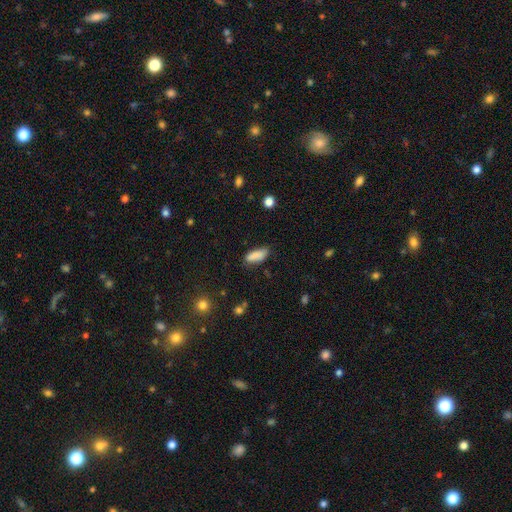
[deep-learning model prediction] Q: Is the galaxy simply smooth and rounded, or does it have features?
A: smooth — 85%.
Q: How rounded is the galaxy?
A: in between — 76%.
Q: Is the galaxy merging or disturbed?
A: none — 69%.